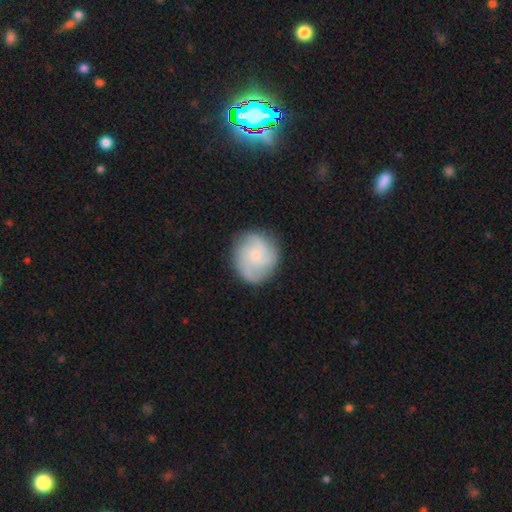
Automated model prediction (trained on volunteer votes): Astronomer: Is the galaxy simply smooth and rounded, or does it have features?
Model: featured or disk — 56% (runner-up: smooth, 36%).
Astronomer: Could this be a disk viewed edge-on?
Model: no — 98%.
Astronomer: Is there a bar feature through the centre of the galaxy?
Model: no — 74%.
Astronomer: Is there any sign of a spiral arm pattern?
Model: yes — 92%.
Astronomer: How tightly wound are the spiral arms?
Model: medium — 43% (runner-up: tight, 39%).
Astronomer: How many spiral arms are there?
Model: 3 — 43% (runner-up: can't tell, 20%).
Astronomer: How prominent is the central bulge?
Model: small — 65%.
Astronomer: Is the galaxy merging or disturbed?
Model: none — 80%.